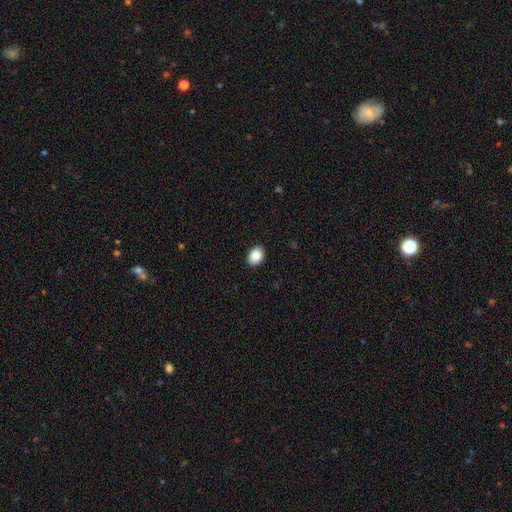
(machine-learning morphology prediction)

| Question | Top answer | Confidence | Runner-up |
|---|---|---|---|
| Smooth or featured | smooth | 89% | star or artifact (7%) |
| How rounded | in between | 80% | round (19%) |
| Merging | none | 90% | minor disturbance (7%) |